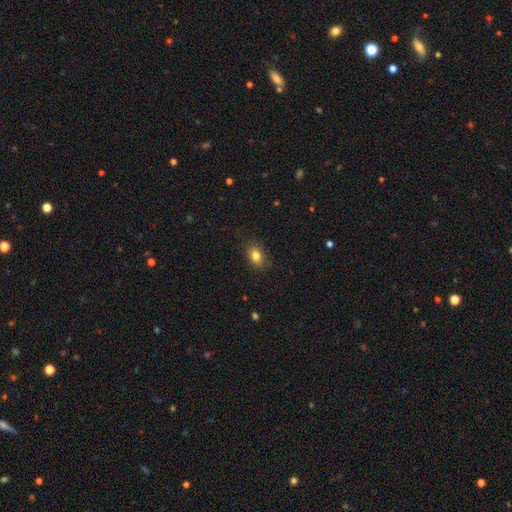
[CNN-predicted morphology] Smooth or featured? smooth (82%)
How rounded? in between (73%)
Merging? none (84%)